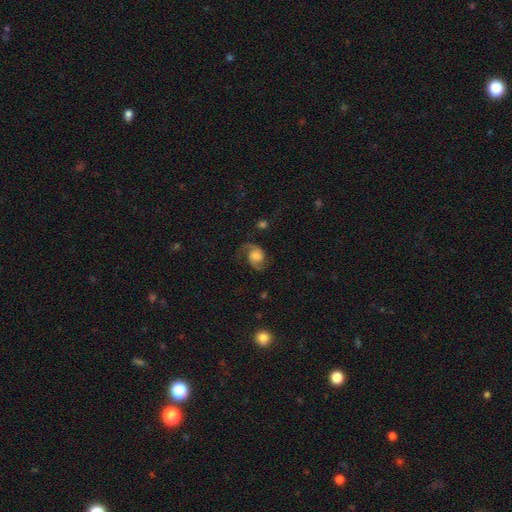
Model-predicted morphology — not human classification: featured or disk 76%, smooth 17%, star or artifact 8%. Down the decision tree: edge-on disk — no (98%); bar — no (63%); spiral arms — yes (96%); spiral arm count — 2 (85%); spiral winding — medium (46%); bulge size — large (36%); merging — none (66%).